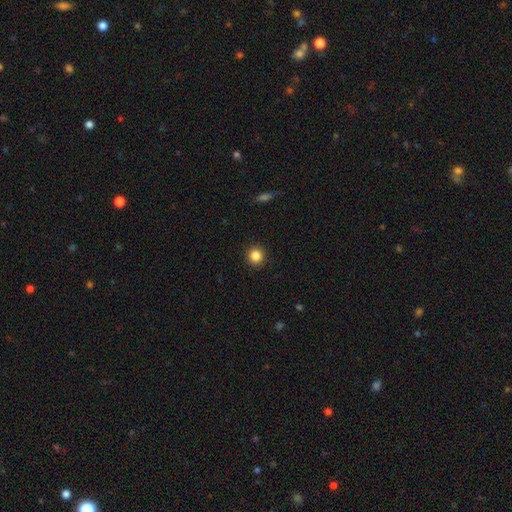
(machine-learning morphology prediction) The model was most divided on "smooth or featured": smooth: 85%, star or artifact: 11%, featured or disk: 4%. More confident: how rounded — round (94%); merging — none (93%).